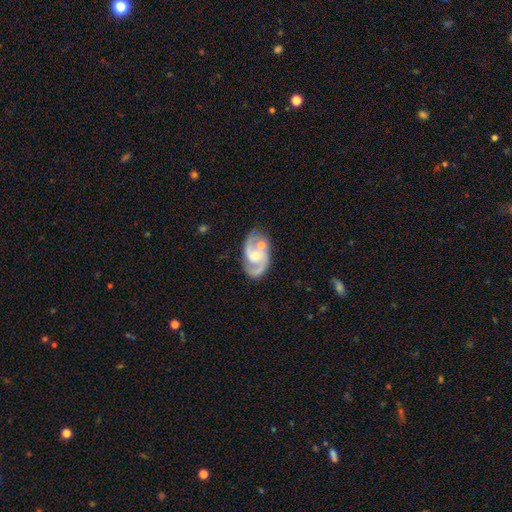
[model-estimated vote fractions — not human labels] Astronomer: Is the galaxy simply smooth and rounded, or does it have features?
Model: featured or disk — 87%.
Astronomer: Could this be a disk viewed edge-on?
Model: no — 97%.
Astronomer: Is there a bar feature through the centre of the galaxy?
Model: no — 55% (runner-up: weak, 36%).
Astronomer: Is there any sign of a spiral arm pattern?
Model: yes — 96%.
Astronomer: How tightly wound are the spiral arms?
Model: medium — 58%.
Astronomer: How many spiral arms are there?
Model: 2 — 91%.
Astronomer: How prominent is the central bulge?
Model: moderate — 55% (runner-up: small, 40%).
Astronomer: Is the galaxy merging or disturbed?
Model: none — 63%.